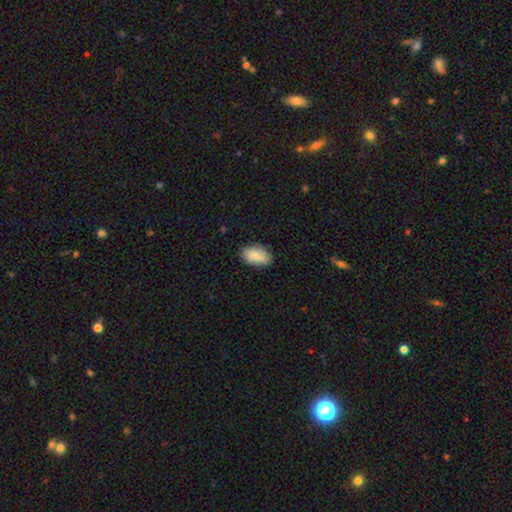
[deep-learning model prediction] Morphology: type=smooth (84%); roundness=in between (92%); merging=none (79%).